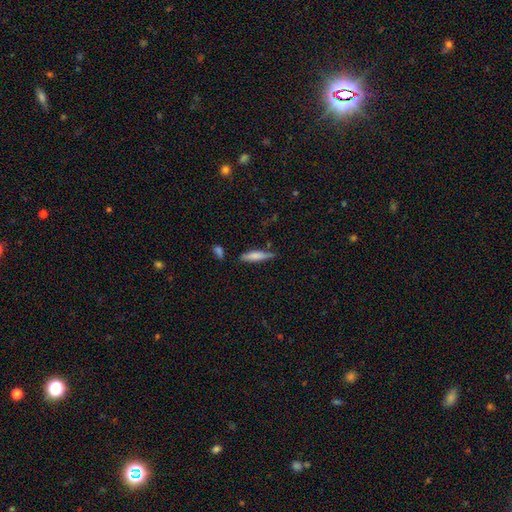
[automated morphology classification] A smooth galaxy with no disk features (72%) that is cigar-shaped (78%). Merging: none (72%).